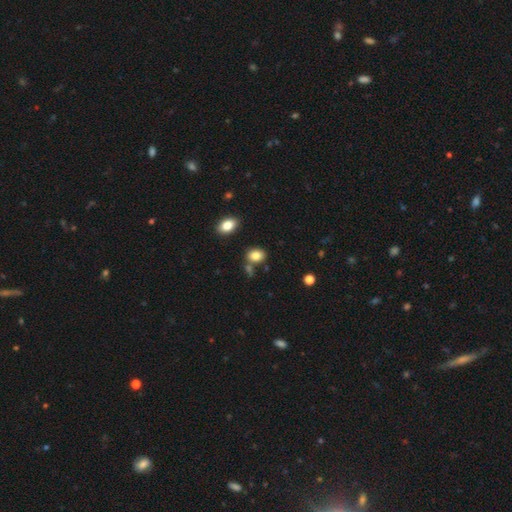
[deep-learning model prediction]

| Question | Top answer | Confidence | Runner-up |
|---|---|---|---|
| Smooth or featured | smooth | 84% | star or artifact (10%) |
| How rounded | in between | 67% | round (32%) |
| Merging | none | 72% | minor disturbance (13%) |